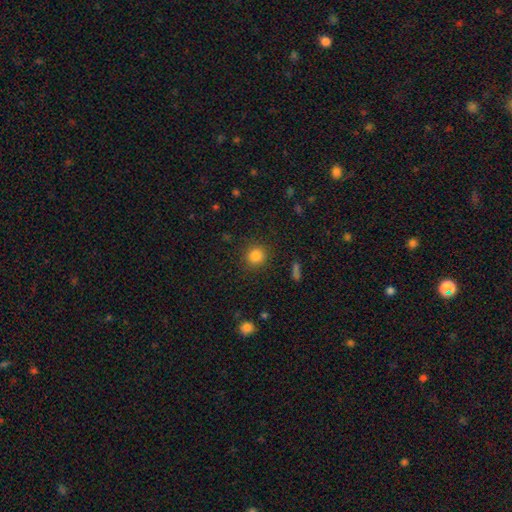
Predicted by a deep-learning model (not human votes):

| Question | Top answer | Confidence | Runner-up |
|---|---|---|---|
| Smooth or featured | smooth | 84% | star or artifact (11%) |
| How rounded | round | 91% | in between (8%) |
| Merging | none | 89% | minor disturbance (7%) |